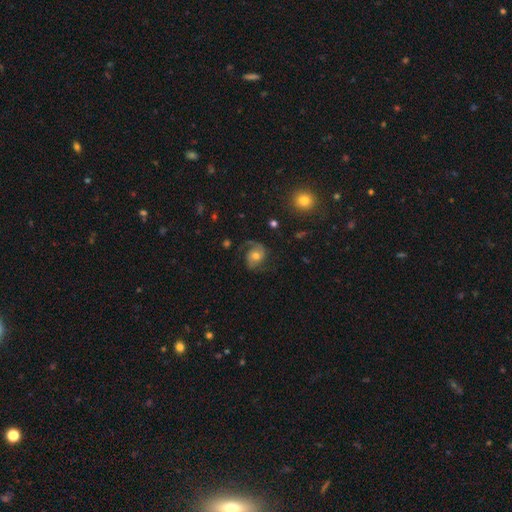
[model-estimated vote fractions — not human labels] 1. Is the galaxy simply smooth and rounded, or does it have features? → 74% featured or disk, 18% smooth, 8% star or artifact.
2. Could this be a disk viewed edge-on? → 98% no, 2% yes.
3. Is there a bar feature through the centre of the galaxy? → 67% no, 27% weak, 6% strong.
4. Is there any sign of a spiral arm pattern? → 94% yes, 6% no.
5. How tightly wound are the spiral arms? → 46% medium, 32% loose, 22% tight.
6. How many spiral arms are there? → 73% 2, 19% 1, 5% can't tell, 2% 3, 1% 4, 1% more than 4.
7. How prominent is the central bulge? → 66% moderate, 24% small, 8% large, 2% none, 1% dominant.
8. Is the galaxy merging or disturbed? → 63% none, 19% minor disturbance, 17% major disturbance, 2% merger.